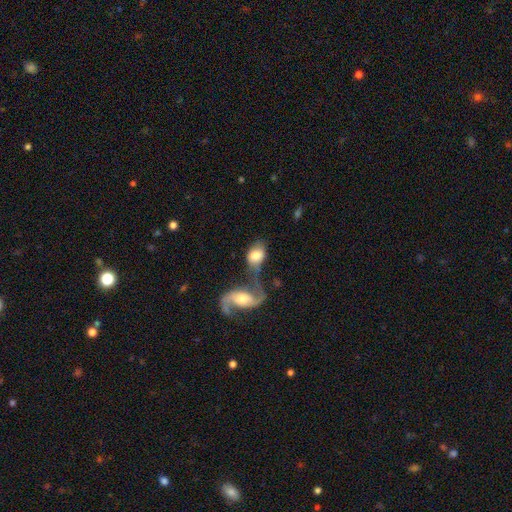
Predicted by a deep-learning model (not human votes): The model was most divided on "smooth or featured": smooth: 57%, featured or disk: 37%, star or artifact: 6%. More confident: how rounded — in between (83%); merging — merger (62%).